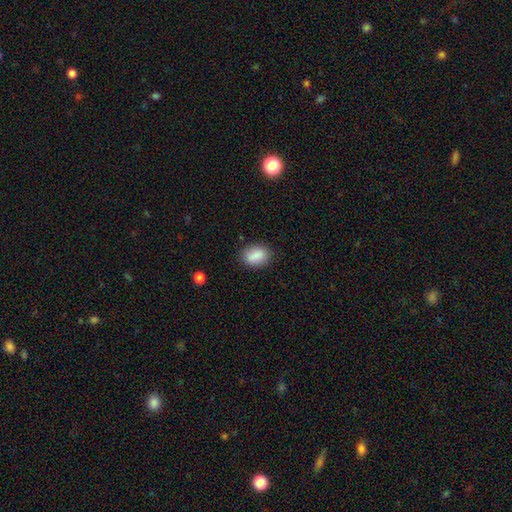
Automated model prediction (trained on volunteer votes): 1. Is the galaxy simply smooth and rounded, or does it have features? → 87% smooth, 8% star or artifact, 5% featured or disk.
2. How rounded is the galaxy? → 79% in between, 19% round, 2% cigar-shaped.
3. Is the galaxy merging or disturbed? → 83% none, 12% minor disturbance, 3% major disturbance, 2% merger.